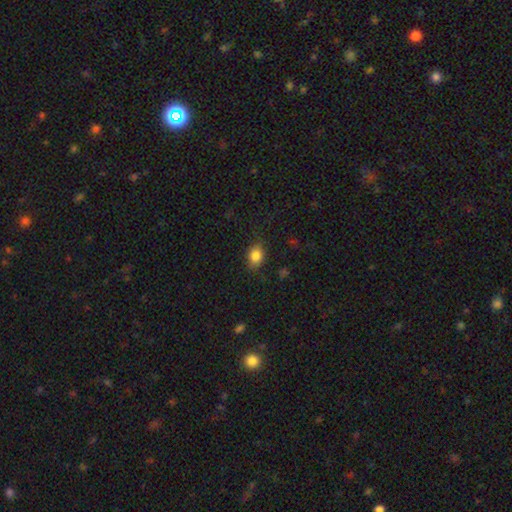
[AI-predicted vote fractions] The model was most divided on "how rounded": in between: 63%, round: 35%, cigar-shaped: 2%. More confident: smooth or featured — smooth (84%); merging — none (81%).